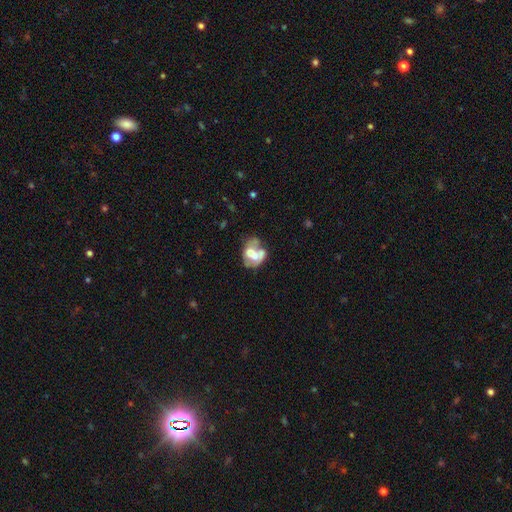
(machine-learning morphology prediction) This is possibly a featured or disk galaxy (55%). It is clearly not viewed edge-on (97%). Bar: clearly no (83%). Spiral arm pattern: clearly no (87%). Central bulge: possibly moderate (52%). Merging: possibly merger (55%).